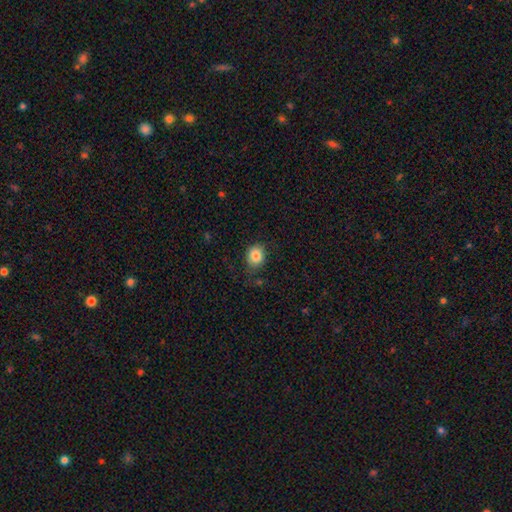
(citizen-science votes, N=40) A smooth galaxy with no disk features (88%) that is round (66%). Merging: none (78%).